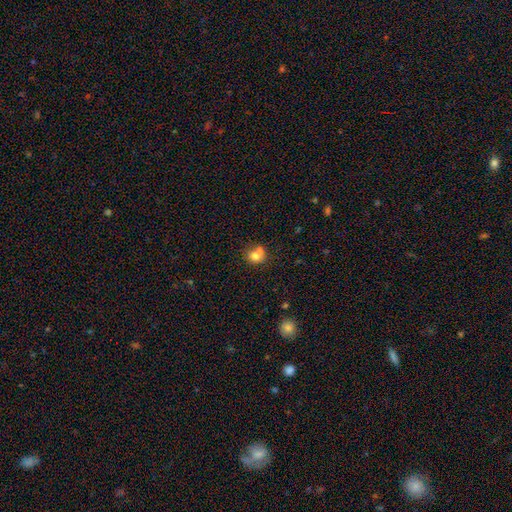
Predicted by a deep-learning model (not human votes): smooth_or_featured: smooth (p=0.74) [alt: featured or disk p=0.14]
how_rounded: round (p=0.76) [alt: in between p=0.23]
merging: merger (p=0.45) [alt: none p=0.42]